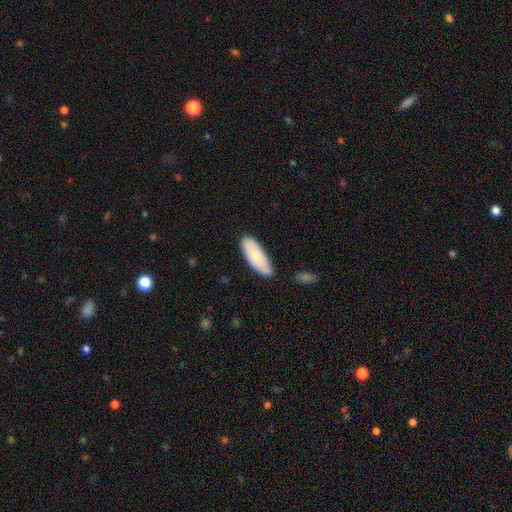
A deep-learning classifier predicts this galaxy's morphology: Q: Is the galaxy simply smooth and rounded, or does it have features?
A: smooth — 70%.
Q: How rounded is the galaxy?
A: in between — 74%.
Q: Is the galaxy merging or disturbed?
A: none — 73%.